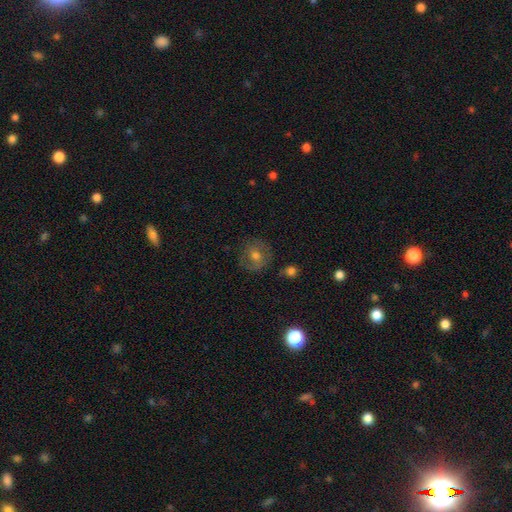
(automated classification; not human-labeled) A smooth galaxy with no disk features (45%).

Vote fractions:
- Smooth or featured? smooth: 45% / featured or disk: 40% / star or artifact: 14%
- Merging? none: 79% / minor disturbance: 14% / major disturbance: 6% / merger: 2%